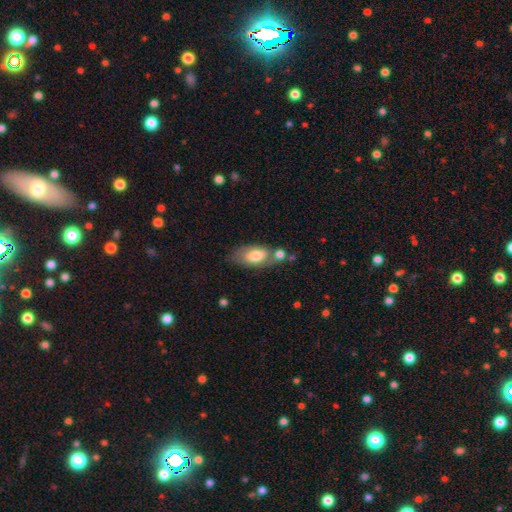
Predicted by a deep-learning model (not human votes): A smooth galaxy with no disk features (65%) that is in between round and cigar-shaped (90%). Merging: none (52%).